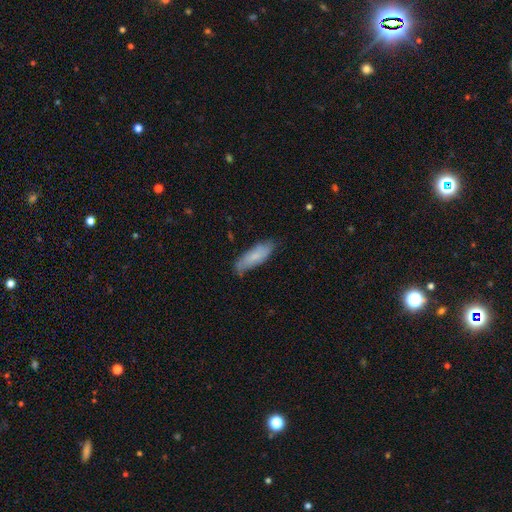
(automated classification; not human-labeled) smooth_or_featured: smooth (p=0.74) [alt: featured or disk p=0.20]
how_rounded: in between (p=0.58) [alt: cigar-shaped p=0.40]
merging: none (p=0.72) [alt: minor disturbance p=0.22]